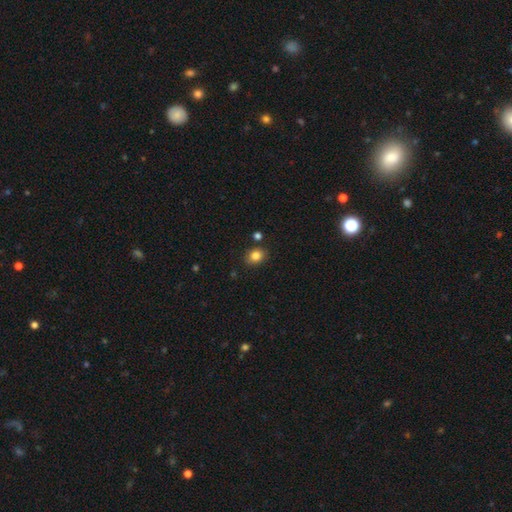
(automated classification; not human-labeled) Morphology: type=smooth (83%); roundness=round (56%); merging=none (84%).